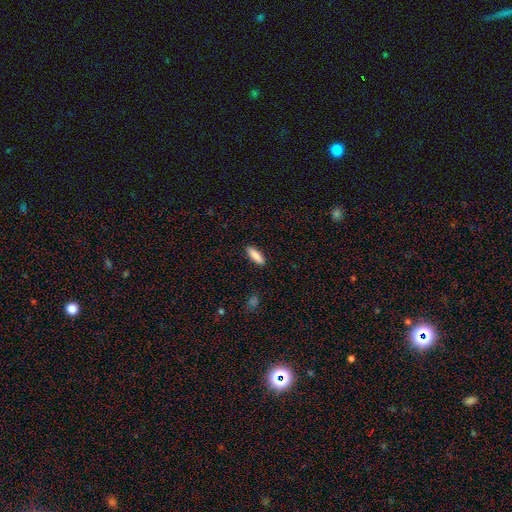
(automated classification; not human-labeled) This appears to be a smooth galaxy with no disk features (88%) that is in between round and cigar-shaped (54%). Merging: none (89%).